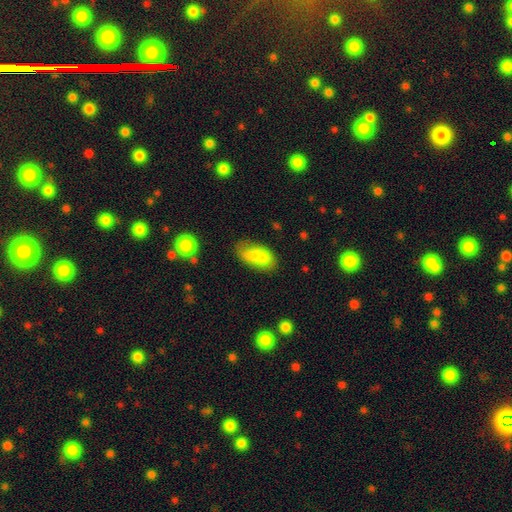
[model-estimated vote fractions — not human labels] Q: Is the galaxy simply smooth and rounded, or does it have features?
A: smooth — 73%.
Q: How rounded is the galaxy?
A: in between — 86%.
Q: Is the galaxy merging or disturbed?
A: none — 38%.